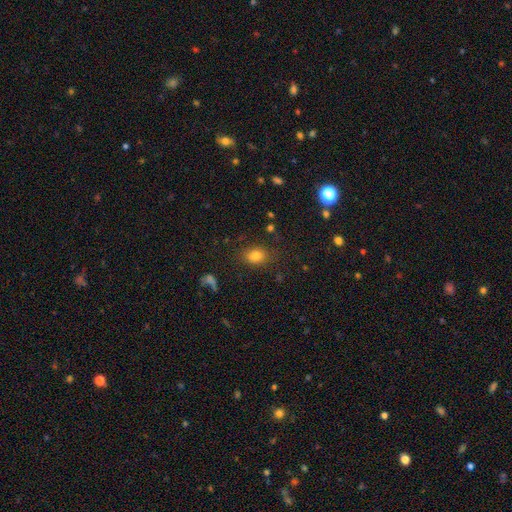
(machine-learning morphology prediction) This appears to be a smooth galaxy with no disk features (76%) that is in between round and cigar-shaped (65%). Merging: none (78%).